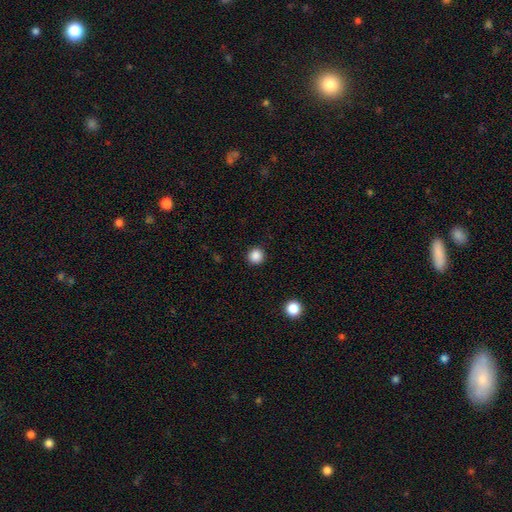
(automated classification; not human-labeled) Smooth or featured? smooth (86%)
How rounded? round (94%)
Merging? none (92%)